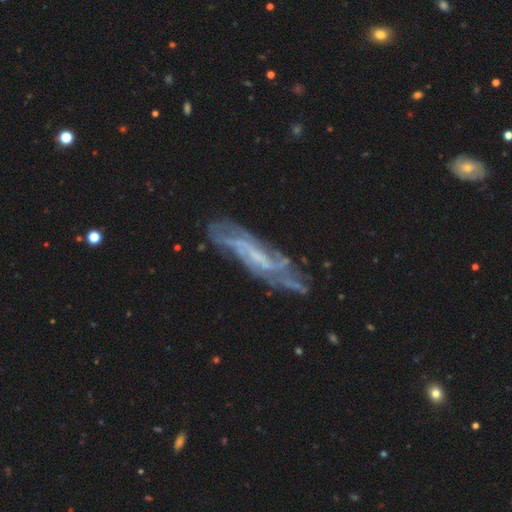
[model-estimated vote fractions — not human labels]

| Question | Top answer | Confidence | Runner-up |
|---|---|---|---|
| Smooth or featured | featured or disk | 79% | smooth (13%) |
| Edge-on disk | no | 71% | yes (29%) |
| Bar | weak | 42% | no (40%) |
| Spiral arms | yes | 88% | no (12%) |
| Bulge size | small | 52% | none (27%) |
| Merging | none | 70% | minor disturbance (18%) |